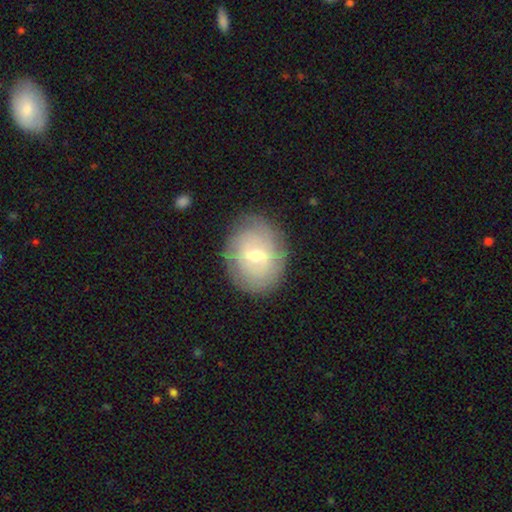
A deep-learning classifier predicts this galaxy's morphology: Q: Smooth or featured?
A: featured or disk (54%); runner-up: smooth (38%)
Q: Edge-on disk?
A: no (95%); runner-up: yes (5%)
Q: Bar?
A: weak (56%); runner-up: no (30%)
Q: Spiral arms?
A: yes (63%); runner-up: no (37%)
Q: Bulge size?
A: moderate (60%); runner-up: small (34%)
Q: Merging?
A: none (78%); runner-up: minor disturbance (16%)